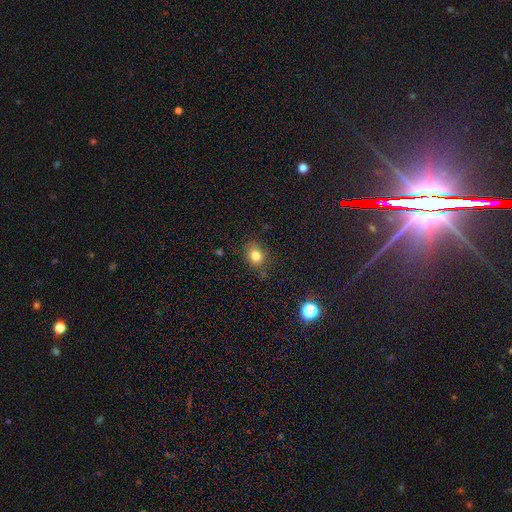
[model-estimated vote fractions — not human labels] The model was most divided on "how rounded": round: 63%, in between: 36%, cigar-shaped: 1%. More confident: merging — none (81%); smooth or featured — smooth (79%).